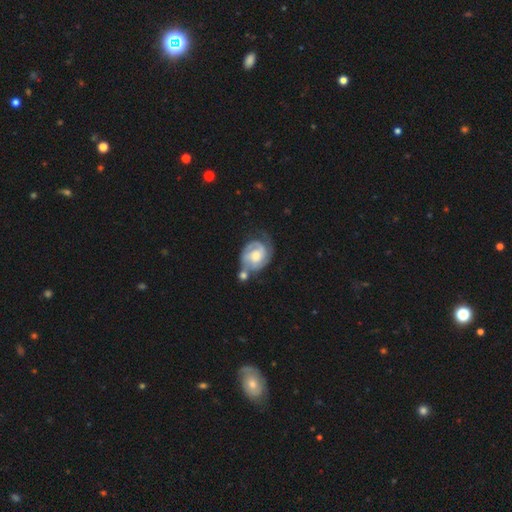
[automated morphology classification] The model was most divided on "merging": none: 40%, merger: 24%, minor disturbance: 22%, major disturbance: 14%. More confident: edge-on disk — no (97%); spiral arms — yes (92%); smooth or featured — featured or disk (77%); bulge size — moderate (58%); bar — no (58%); spiral winding — tight (57%); spiral arm count — 2 (56%).